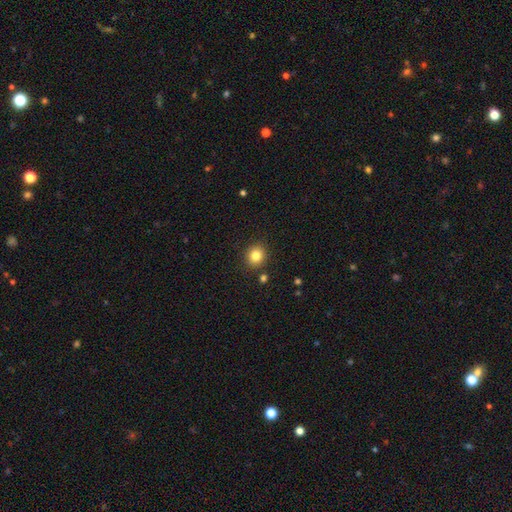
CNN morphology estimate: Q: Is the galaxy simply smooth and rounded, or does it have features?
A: smooth — 83%.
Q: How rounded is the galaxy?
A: round — 81%.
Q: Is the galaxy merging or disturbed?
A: none — 88%.